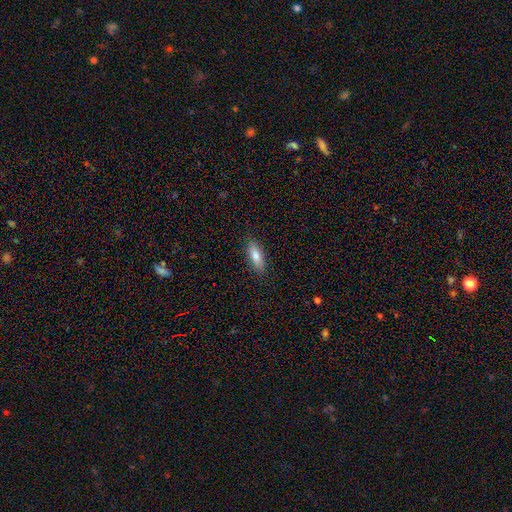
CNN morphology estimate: smooth_or_featured: smooth (p=0.79) [alt: featured or disk p=0.14]
how_rounded: in between (p=0.65) [alt: cigar-shaped p=0.32]
merging: none (p=0.88) [alt: minor disturbance p=0.09]